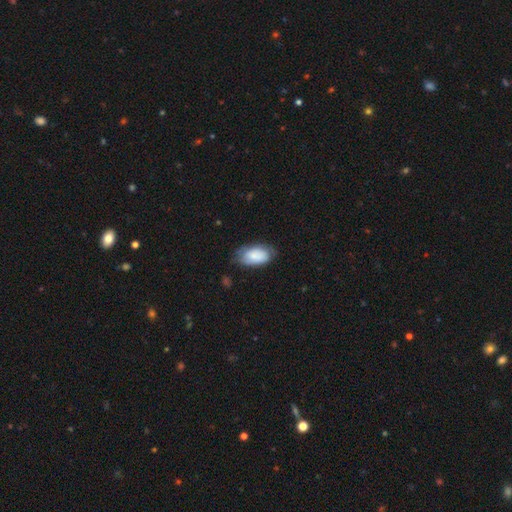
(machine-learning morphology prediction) Smooth or featured? smooth (73%)
How rounded? in between (94%)
Merging? none (64%)